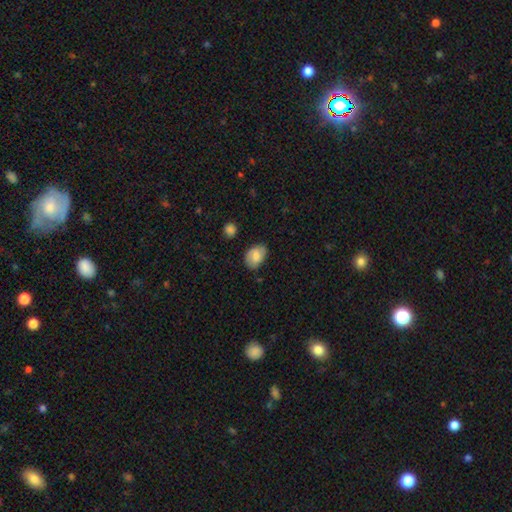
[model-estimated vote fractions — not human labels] smooth-or-featured: smooth: 70% | featured or disk: 23% | star or artifact: 7%
  how-rounded: in between: 82% | round: 17% | cigar-shaped: 1%
  merging: none: 70% | minor disturbance: 24% | major disturbance: 4% | merger: 2%